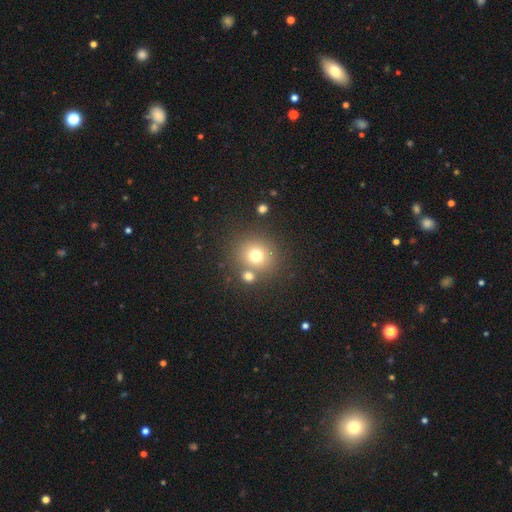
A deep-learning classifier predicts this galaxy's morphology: Smooth or featured?
  - smooth: 72% *
  - star or artifact: 16%
  - featured or disk: 12%
How rounded?
  - round: 88% *
  - in between: 11%
  - cigar-shaped: 1%
Merging?
  - none: 72% *
  - merger: 17%
  - minor disturbance: 8%
  - major disturbance: 4%